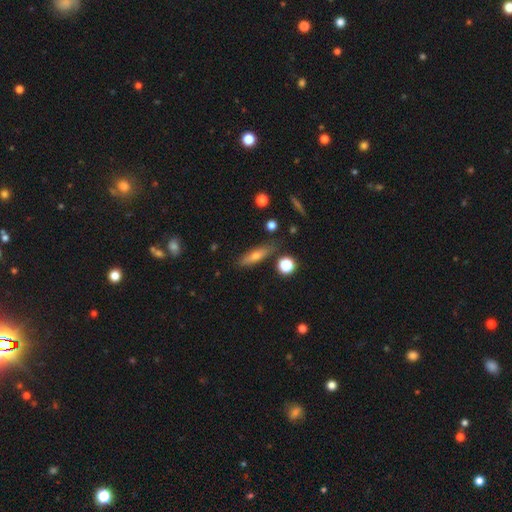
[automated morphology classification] This is possibly a smooth galaxy (58%). How rounded: likely cigar-shaped (65%). Merging: likely none (79%).